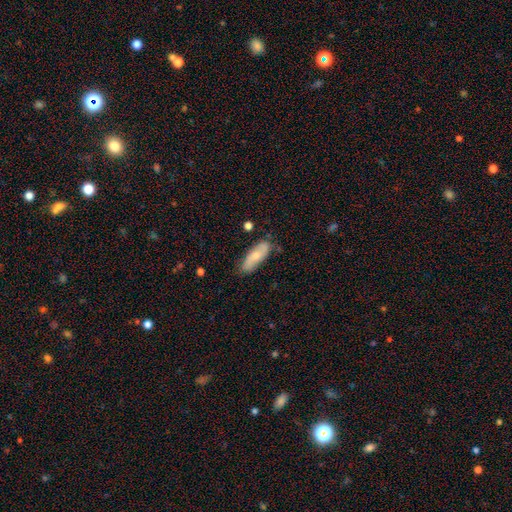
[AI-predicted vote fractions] smooth_or_featured: smooth (p=0.62) [alt: featured or disk p=0.32]
how_rounded: in between (p=0.63) [alt: cigar-shaped p=0.35]
merging: none (p=0.76) [alt: minor disturbance p=0.19]